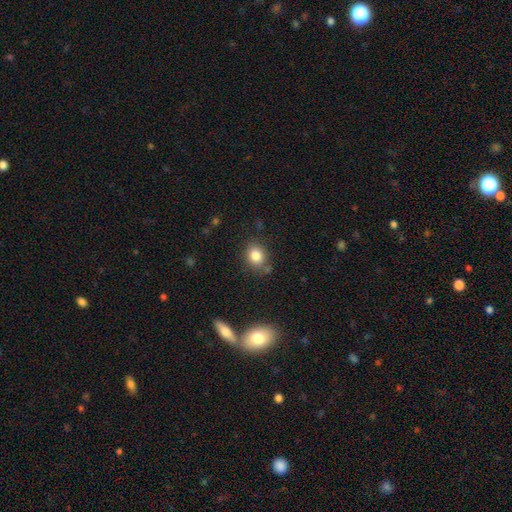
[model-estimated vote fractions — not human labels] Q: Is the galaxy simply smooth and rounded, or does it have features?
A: smooth — 82%.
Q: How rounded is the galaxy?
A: round — 60%.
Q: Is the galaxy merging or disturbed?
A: none — 77%.